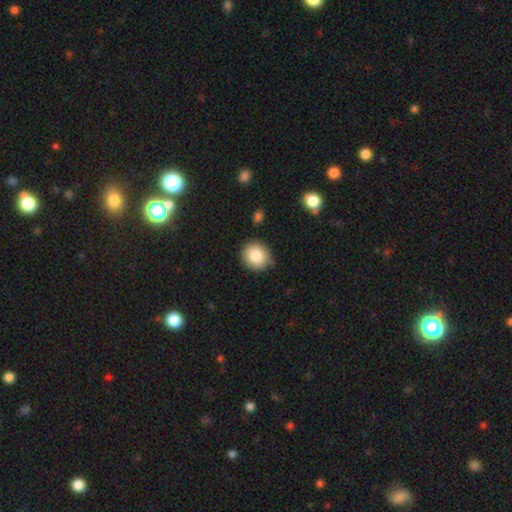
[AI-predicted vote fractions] Smooth or featured? smooth (85%)
How rounded? round (79%)
Merging? none (82%)